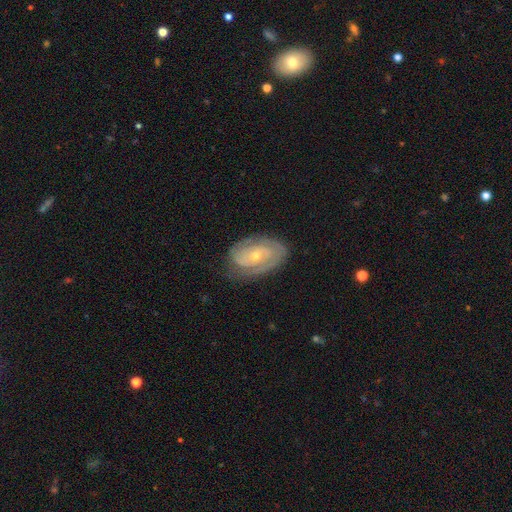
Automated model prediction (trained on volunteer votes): Smooth or featured?
  - featured or disk: 83% *
  - smooth: 12%
  - star or artifact: 6%
Edge-on disk?
  - no: 96% *
  - yes: 4%
Bar?
  - no: 64% *
  - weak: 29%
  - strong: 7%
Spiral arms?
  - yes: 94% *
  - no: 6%
Spiral winding?
  - tight: 66% *
  - medium: 28%
  - loose: 7%
Spiral arm count?
  - 2: 55% *
  - can't tell: 22%
  - 3: 13%
  - 1: 4%
  - 4: 3%
  - more than 4: 3%
Bulge size?
  - small: 62% *
  - moderate: 35%
  - large: 1%
  - none: 1%
  - dominant: 1%
Merging?
  - none: 76% *
  - minor disturbance: 17%
  - major disturbance: 5%
  - merger: 1%